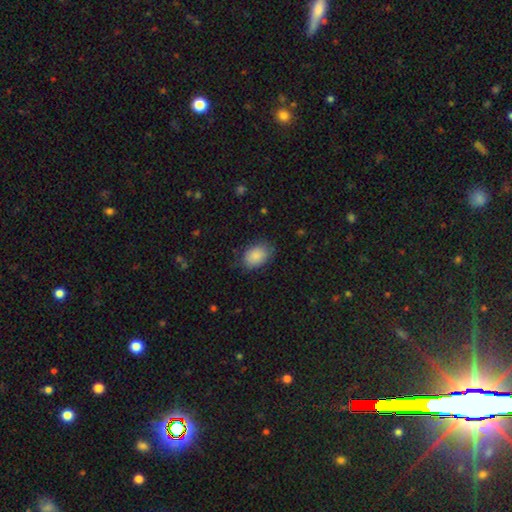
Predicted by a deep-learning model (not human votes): Smooth or featured: smooth — 86% (star or artifact — 7%)
How rounded: in between — 79% (round — 20%)
Merging: none — 76% (minor disturbance — 18%)